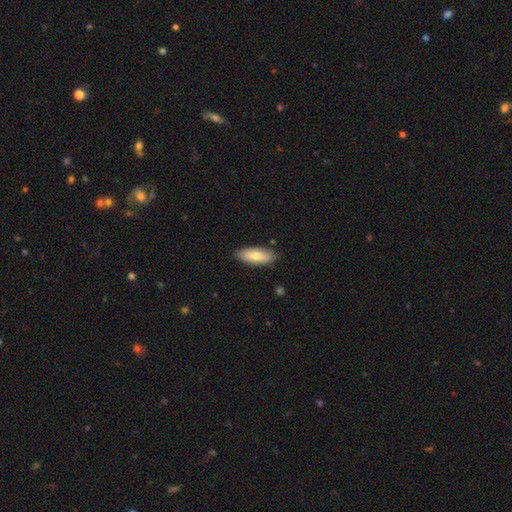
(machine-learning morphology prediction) Smooth or featured? smooth (73%)
How rounded? in between (75%)
Merging? none (87%)